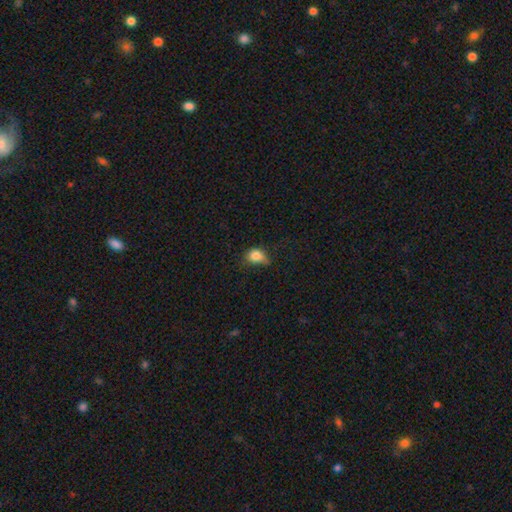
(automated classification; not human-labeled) Smooth or featured? smooth (82%)
How rounded? in between (50%)
Merging? minor disturbance (41%, tied with none)